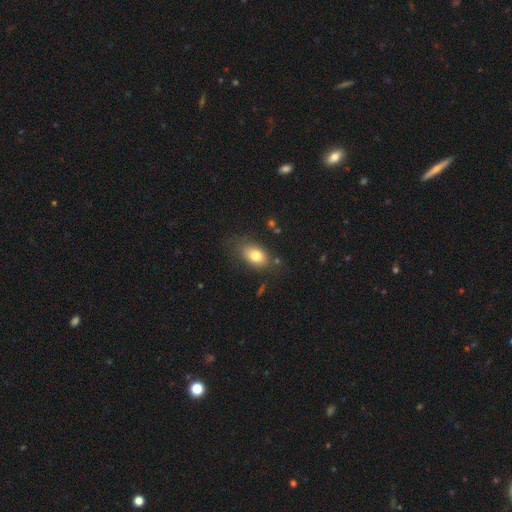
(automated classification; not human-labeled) Overall: smooth (77%). How rounded: in between (83%). Merging: none (70%).